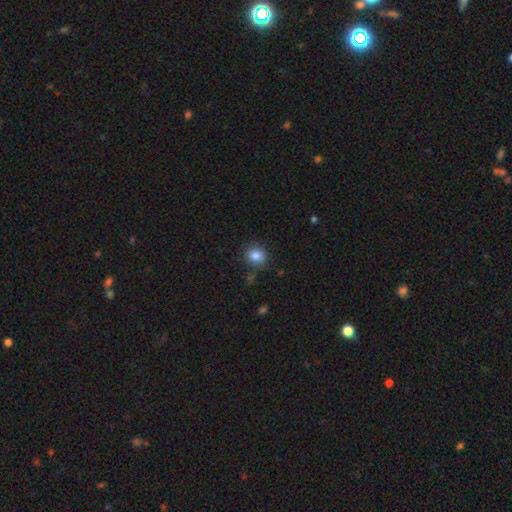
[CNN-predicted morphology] A smooth galaxy with no disk features (84%) that is round (75%).

Vote fractions:
- Smooth or featured? smooth: 84% / star or artifact: 10% / featured or disk: 6%
- How rounded? round: 75% / in between: 24% / cigar-shaped: 1%
- Merging? none: 82% / minor disturbance: 11% / major disturbance: 3% / merger: 3%